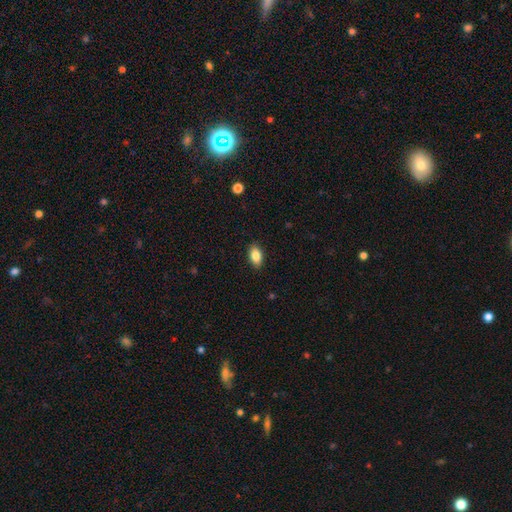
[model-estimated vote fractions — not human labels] This appears to be a smooth galaxy with no disk features (85%) that is in between round and cigar-shaped (91%). Merging: none (88%).